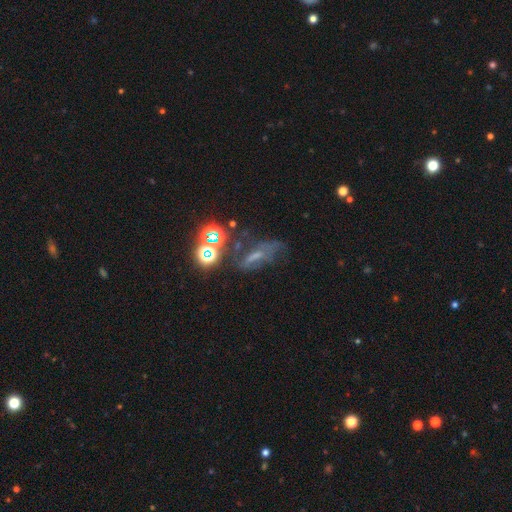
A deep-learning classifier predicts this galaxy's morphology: Smooth or featured? featured or disk (40%)
Merging? none (40%)